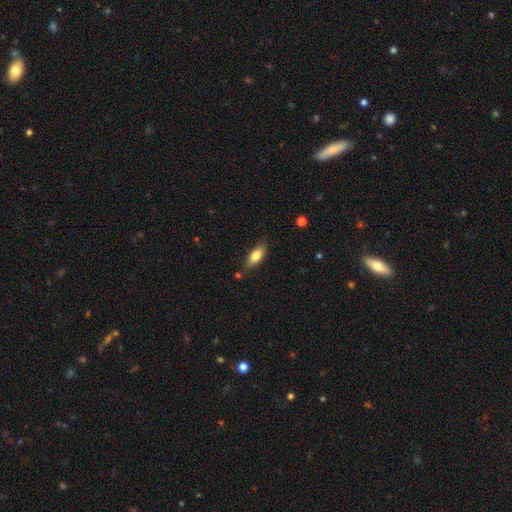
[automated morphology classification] This appears to be a smooth galaxy with no disk features (77%) that is in between round and cigar-shaped (80%). Merging: none (74%).